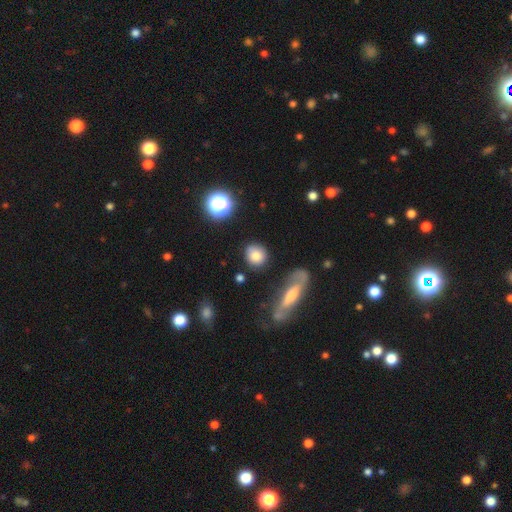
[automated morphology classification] This appears to be a smooth galaxy with no disk features (79%) that is round (81%). Merging: none (78%).